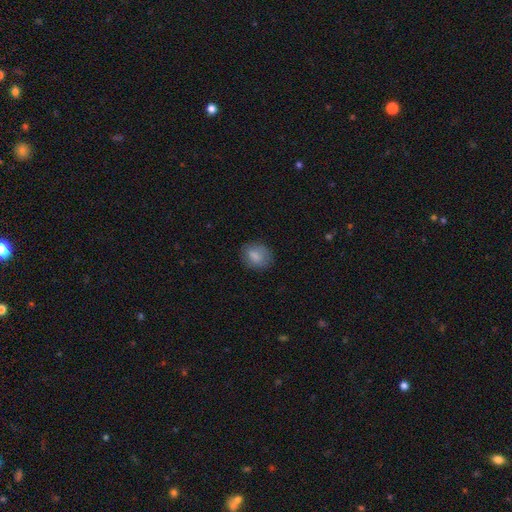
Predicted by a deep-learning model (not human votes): This is clearly a smooth galaxy (80%). How rounded: possibly in between (51%). Merging: likely none (79%).